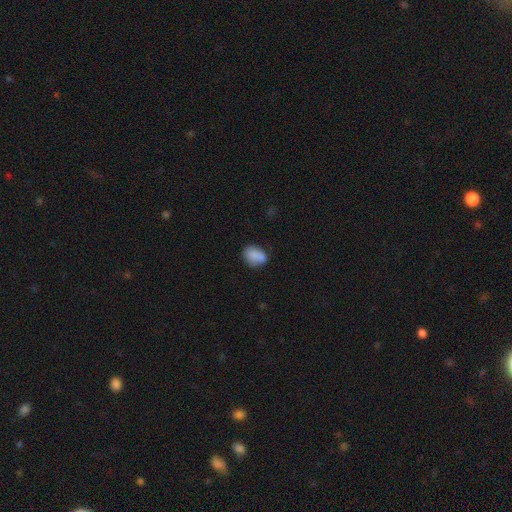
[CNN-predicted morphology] Smooth or featured?
  - smooth: 83% *
  - star or artifact: 8%
  - featured or disk: 8%
How rounded?
  - in between: 71% *
  - round: 27%
  - cigar-shaped: 2%
Merging?
  - none: 64% *
  - minor disturbance: 22%
  - merger: 9%
  - major disturbance: 5%